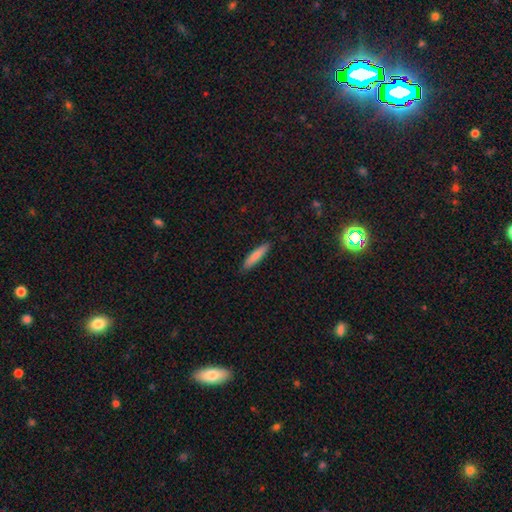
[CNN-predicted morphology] Smooth or featured?
  - smooth: 80% *
  - featured or disk: 14%
  - star or artifact: 6%
How rounded?
  - cigar-shaped: 84% *
  - in between: 15%
  - round: 1%
Merging?
  - none: 88% *
  - minor disturbance: 9%
  - major disturbance: 2%
  - merger: 1%